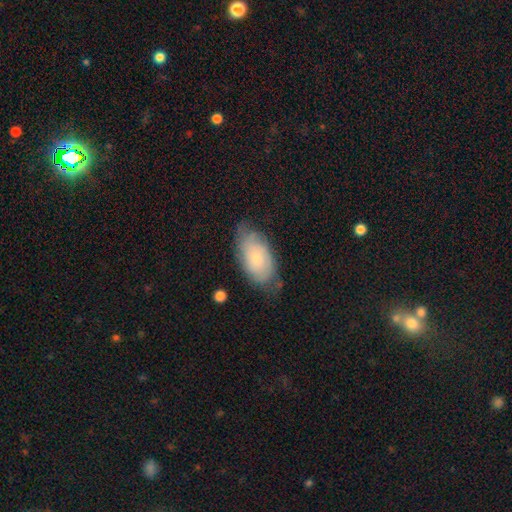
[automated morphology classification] Smooth or featured? Predicted: smooth (p=0.48). Merging? Predicted: none (p=0.63).